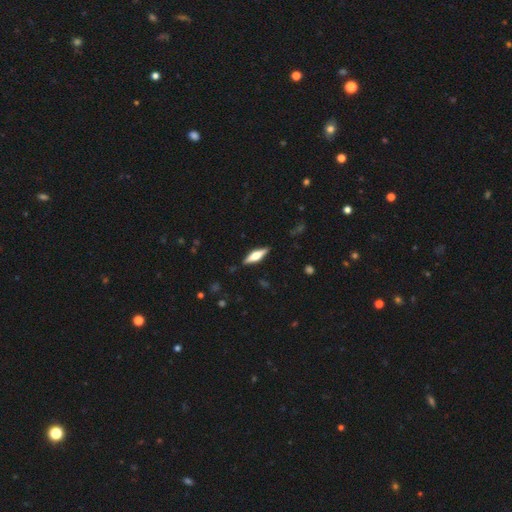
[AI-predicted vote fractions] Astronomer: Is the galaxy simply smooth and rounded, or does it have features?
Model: featured or disk — 57% (runner-up: smooth, 37%).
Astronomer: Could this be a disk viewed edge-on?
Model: yes — 95%.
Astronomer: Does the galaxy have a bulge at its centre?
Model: rounded — 91%.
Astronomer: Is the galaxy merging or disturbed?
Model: none — 89%.